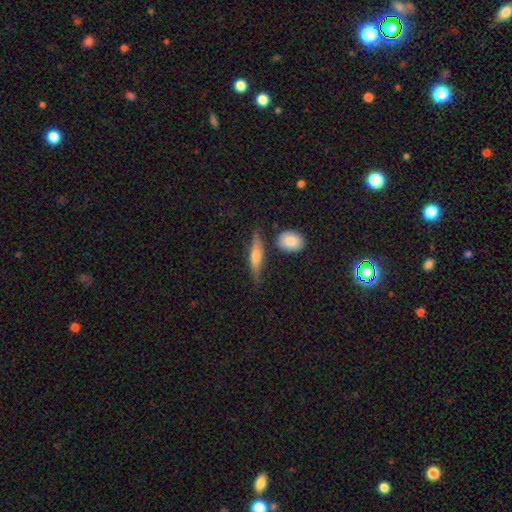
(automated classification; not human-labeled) Smooth or featured? featured or disk (57%)
Edge-on disk? yes (91%)
Edge-on bulge? rounded (84%)
Merging? none (75%)